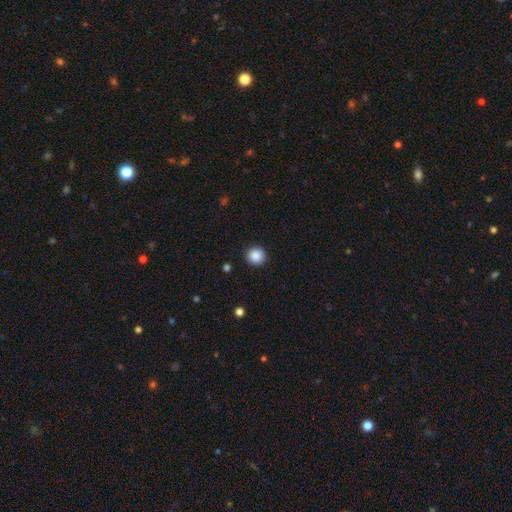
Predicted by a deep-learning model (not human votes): The model was most divided on "smooth or featured": smooth: 88%, star or artifact: 9%, featured or disk: 3%. More confident: how rounded — round (91%); merging — none (90%).